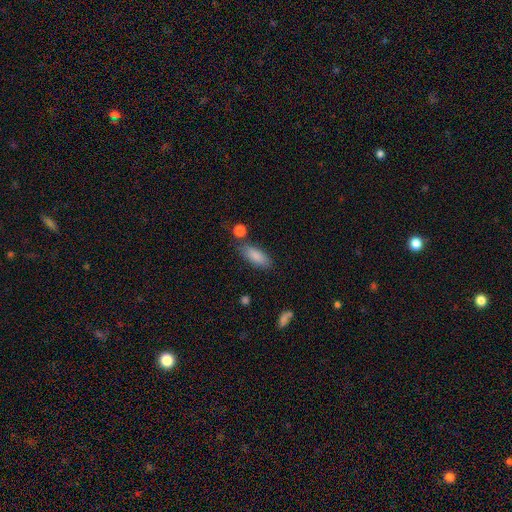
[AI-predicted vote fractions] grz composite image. It shows a smooth galaxy with no disk features (86%) that is in between round and cigar-shaped (76%). Merging: none (72%).